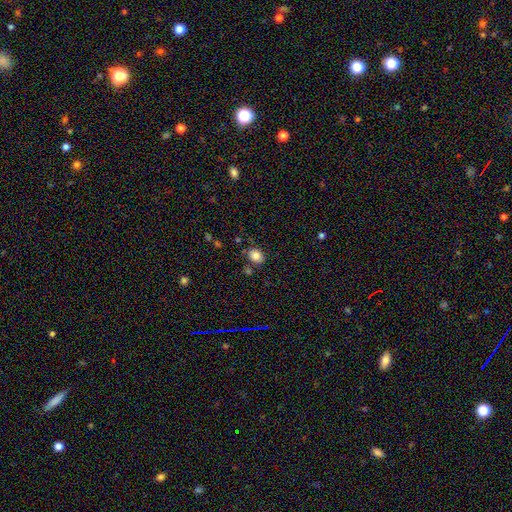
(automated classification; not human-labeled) Q: Smooth or featured?
A: smooth (81%); runner-up: star or artifact (11%)
Q: How rounded?
A: in between (51%); runner-up: round (48%)
Q: Merging?
A: none (75%); runner-up: minor disturbance (15%)